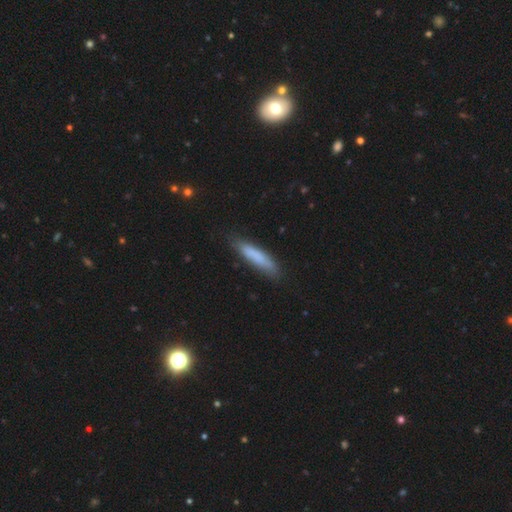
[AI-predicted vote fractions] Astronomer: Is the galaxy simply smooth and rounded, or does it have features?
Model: smooth — 78%.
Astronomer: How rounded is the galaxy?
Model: cigar-shaped — 85%.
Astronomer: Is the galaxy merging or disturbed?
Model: none — 79%.